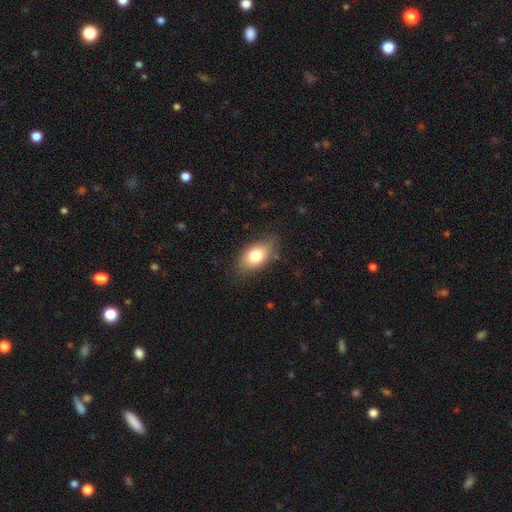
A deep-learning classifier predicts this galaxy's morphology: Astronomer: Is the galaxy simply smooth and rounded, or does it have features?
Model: smooth — 77%.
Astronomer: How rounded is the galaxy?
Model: in between — 88%.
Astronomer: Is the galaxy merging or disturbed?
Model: none — 80%.